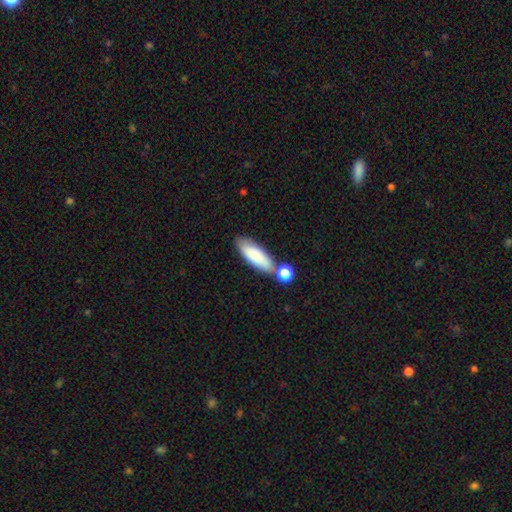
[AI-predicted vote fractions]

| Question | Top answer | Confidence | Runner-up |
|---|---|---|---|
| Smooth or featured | smooth | 81% | featured or disk (13%) |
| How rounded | in between | 56% | cigar-shaped (42%) |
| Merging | none | 63% | merger (19%) |